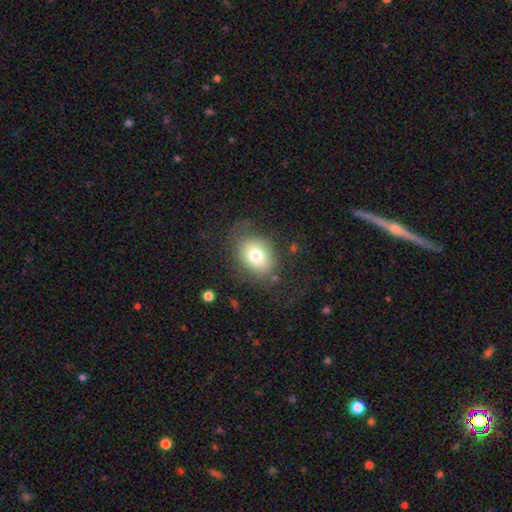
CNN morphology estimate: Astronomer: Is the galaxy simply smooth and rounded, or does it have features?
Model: smooth — 74%.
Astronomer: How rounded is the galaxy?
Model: in between — 65%.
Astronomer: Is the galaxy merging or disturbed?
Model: none — 68%.